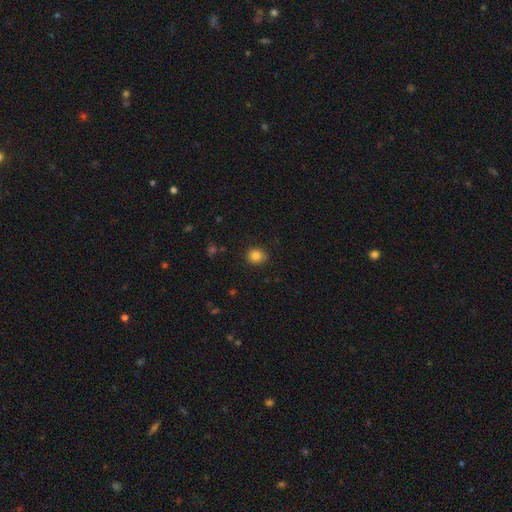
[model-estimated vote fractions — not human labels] A smooth galaxy with no disk features (84%) that is round (77%). Merging: none (85%).